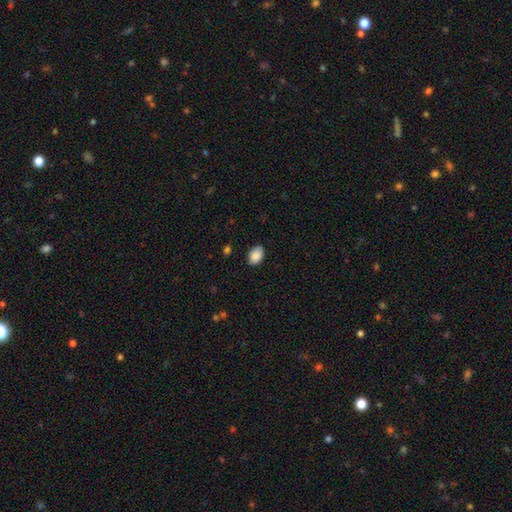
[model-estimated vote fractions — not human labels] A smooth galaxy with no disk features (89%) that is in between round and cigar-shaped (87%). Merging: none (85%).